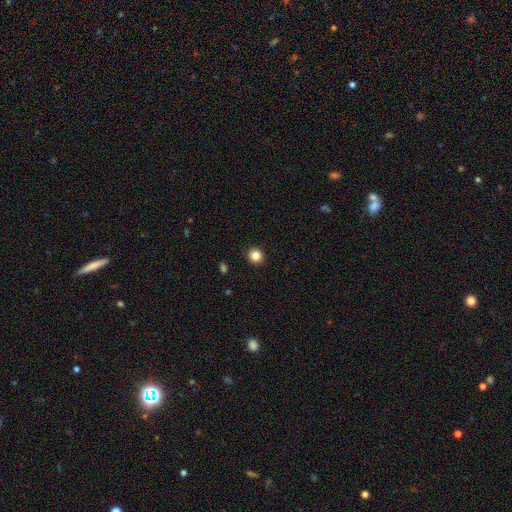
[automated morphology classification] Overall: smooth (85%). How rounded: round (91%). Merging: none (93%).